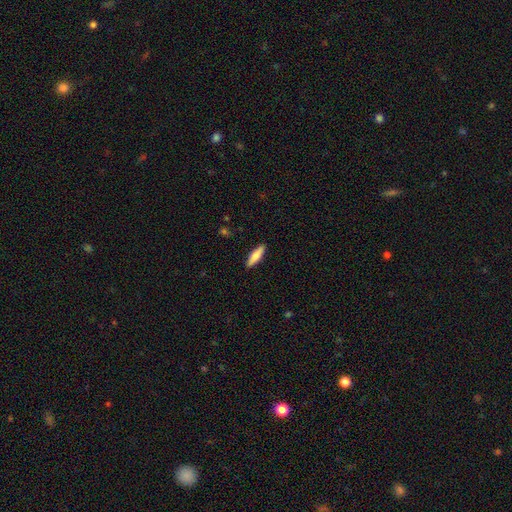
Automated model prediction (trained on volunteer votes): This is likely a smooth galaxy (74%). How rounded: likely cigar-shaped (65%). Merging: clearly none (90%).